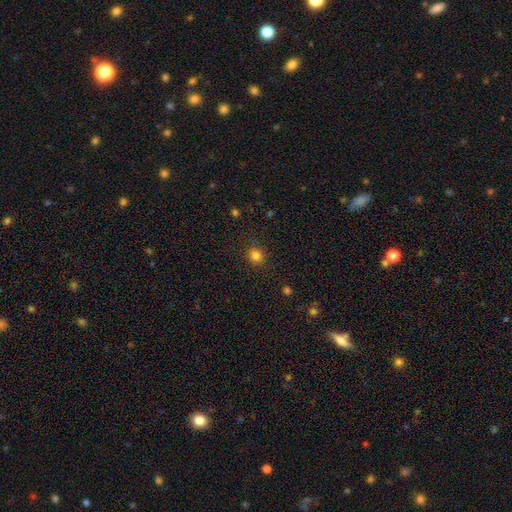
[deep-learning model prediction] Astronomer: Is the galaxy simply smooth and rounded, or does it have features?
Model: smooth — 82%.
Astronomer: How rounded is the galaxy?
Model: round — 89%.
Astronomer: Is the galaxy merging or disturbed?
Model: none — 88%.